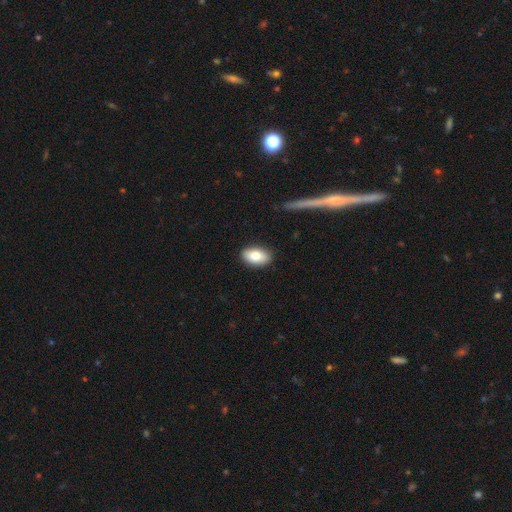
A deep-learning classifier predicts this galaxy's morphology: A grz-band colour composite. It shows a smooth galaxy with no disk features (79%) that is in between round and cigar-shaped (90%). Merging: none (88%).